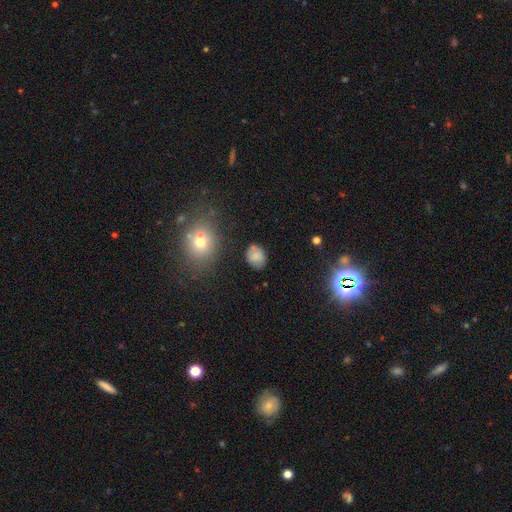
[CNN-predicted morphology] smooth-or-featured: smooth: 78% | featured or disk: 12% | star or artifact: 11%
  how-rounded: in between: 54% | round: 45% | cigar-shaped: 1%
  merging: none: 77% | minor disturbance: 16% | major disturbance: 4% | merger: 3%